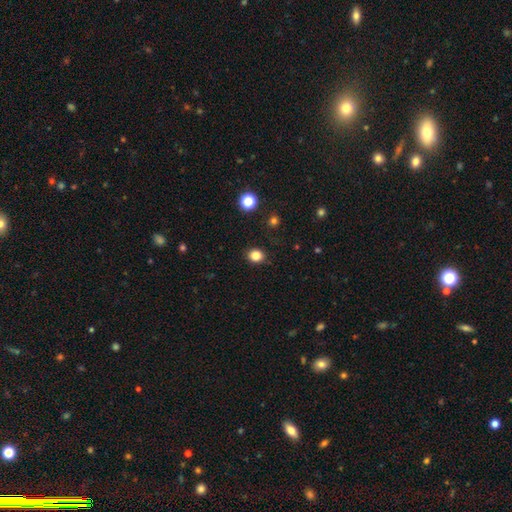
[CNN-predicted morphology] type=smooth (84%); roundness=round (72%); merging=none (89%).